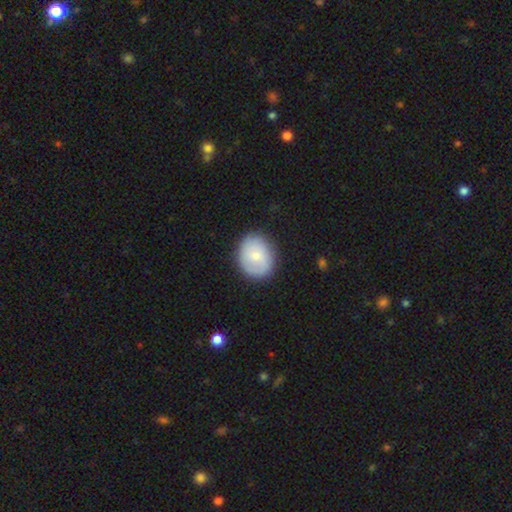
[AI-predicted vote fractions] A smooth galaxy with no disk features (66%) that is round (58%).

Vote fractions:
- Smooth or featured? smooth: 66% / featured or disk: 28% / star or artifact: 7%
- How rounded? round: 58% / in between: 41% / cigar-shaped: 1%
- Merging? none: 80% / minor disturbance: 15% / major disturbance: 4% / merger: 1%